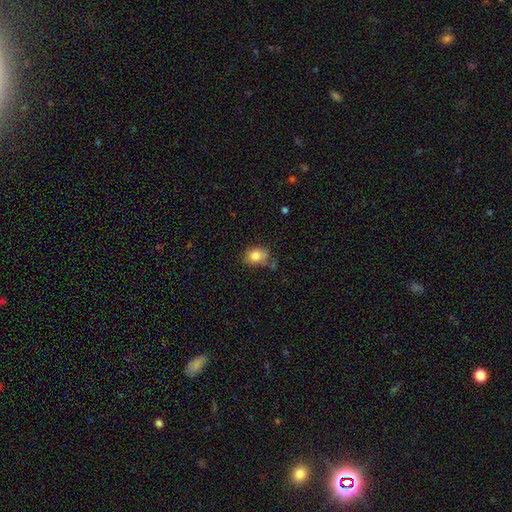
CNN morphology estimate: This appears to be a smooth galaxy with no disk features (82%) that is in between round and cigar-shaped (50%). Merging: none (59%).